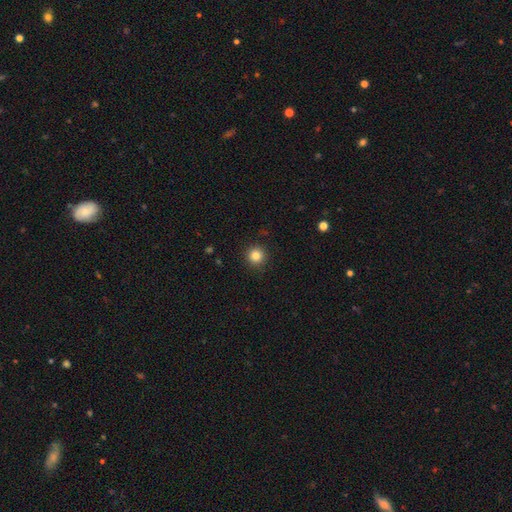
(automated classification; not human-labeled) A smooth galaxy with no disk features (83%) that is round (95%).

Vote fractions:
- Smooth or featured? smooth: 83% / star or artifact: 12% / featured or disk: 5%
- How rounded? round: 95% / in between: 4% / cigar-shaped: 1%
- Merging? none: 92% / minor disturbance: 5% / major disturbance: 2% / merger: 1%